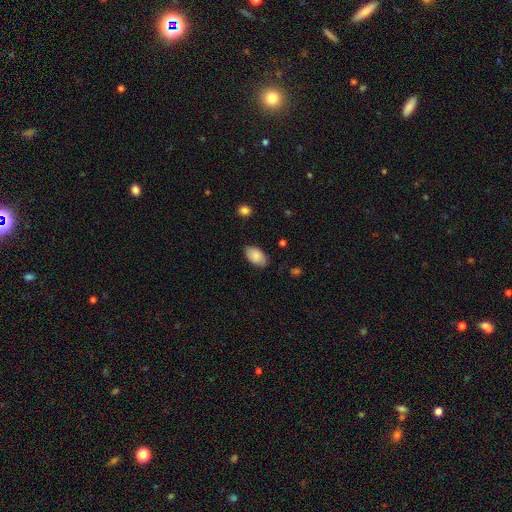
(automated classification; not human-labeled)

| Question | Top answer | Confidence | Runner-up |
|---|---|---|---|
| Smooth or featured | smooth | 87% | featured or disk (7%) |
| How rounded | in between | 92% | round (7%) |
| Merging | none | 79% | minor disturbance (16%) |